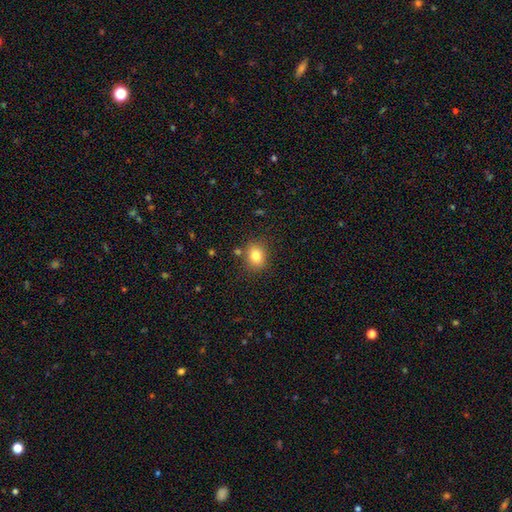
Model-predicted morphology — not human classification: The model was most divided on "how rounded": round: 55%, in between: 44%, cigar-shaped: 1%. More confident: merging — none (82%); smooth or featured — smooth (80%).